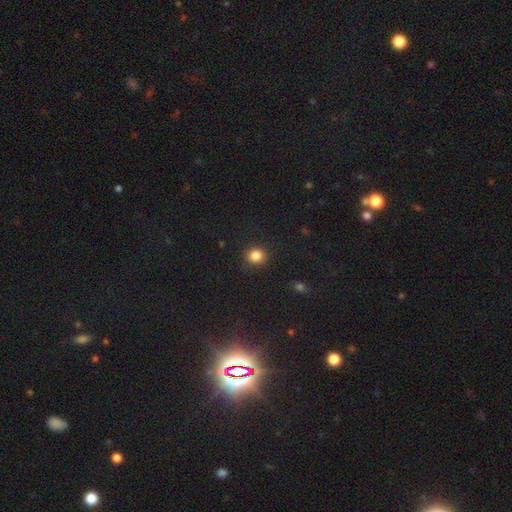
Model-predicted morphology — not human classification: This appears to be a smooth galaxy with no disk features (85%) that is round (87%). Merging: none (90%).